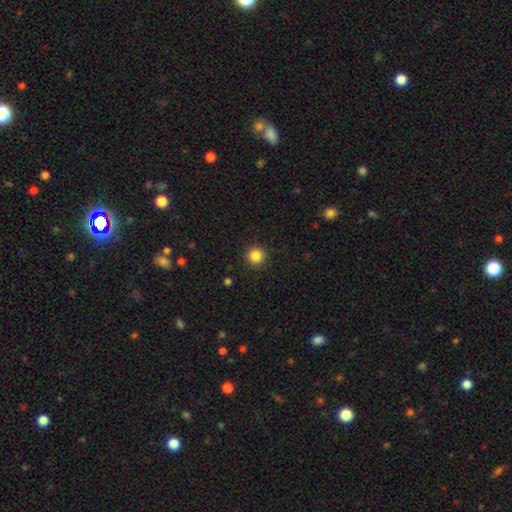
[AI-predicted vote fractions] Q: Smooth or featured?
A: smooth (85%); runner-up: star or artifact (11%)
Q: How rounded?
A: round (95%); runner-up: in between (4%)
Q: Merging?
A: none (92%); runner-up: minor disturbance (5%)